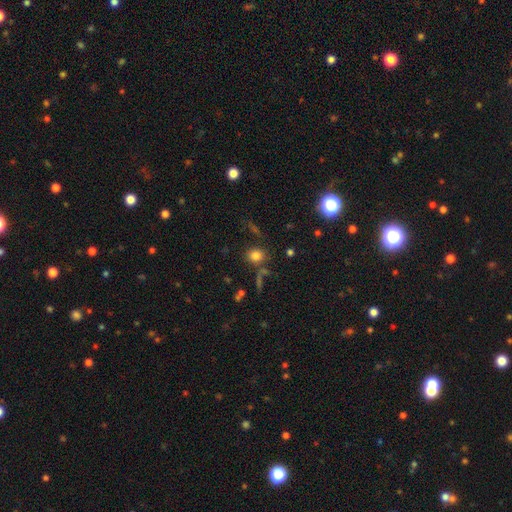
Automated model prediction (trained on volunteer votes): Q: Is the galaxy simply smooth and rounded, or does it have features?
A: smooth — 79%.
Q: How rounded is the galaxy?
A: round — 69%.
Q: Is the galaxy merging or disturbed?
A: none — 74%.